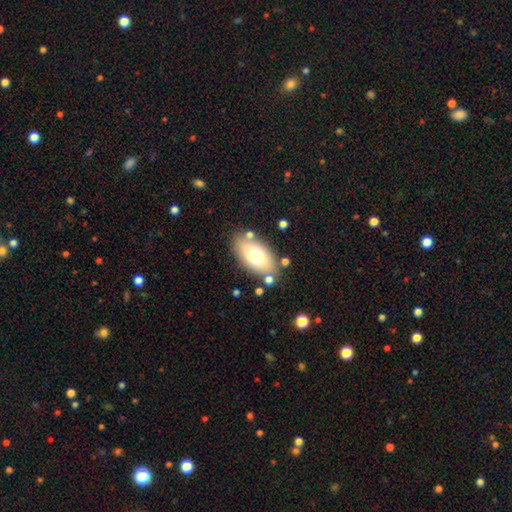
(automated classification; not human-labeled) Morphology: type=smooth (70%); roundness=in between (91%); merging=none (79%).